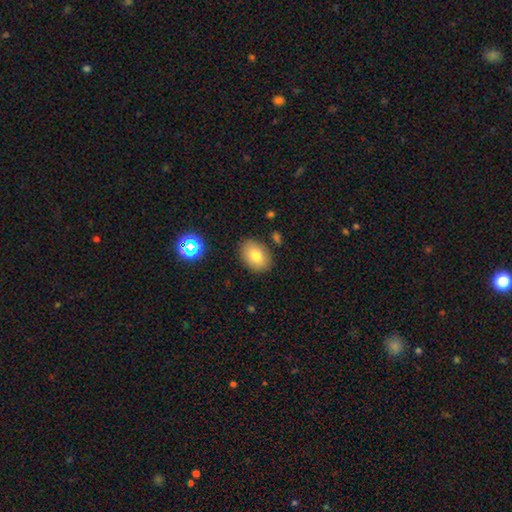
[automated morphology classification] This appears to be a smooth galaxy with no disk features (77%) that is in between round and cigar-shaped (74%). Merging: none (85%).